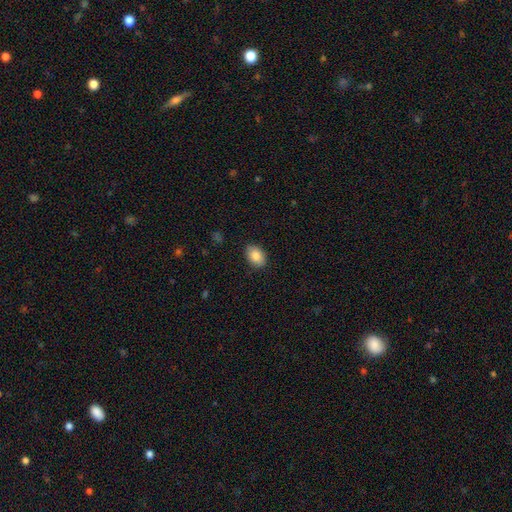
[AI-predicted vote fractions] Smooth or featured: smooth — 87% (star or artifact — 7%)
How rounded: in between — 84% (round — 15%)
Merging: none — 85% (minor disturbance — 11%)